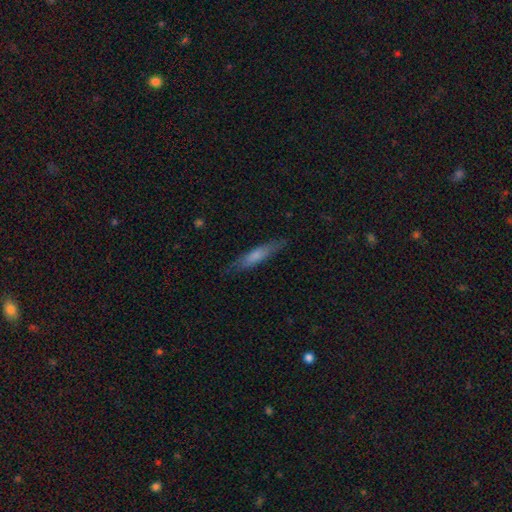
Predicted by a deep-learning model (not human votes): smooth-or-featured: smooth: 67% | featured or disk: 27% | star or artifact: 6%
  how-rounded: cigar-shaped: 84% | in between: 15% | round: 2%
  merging: none: 81% | minor disturbance: 15% | major disturbance: 3% | merger: 1%